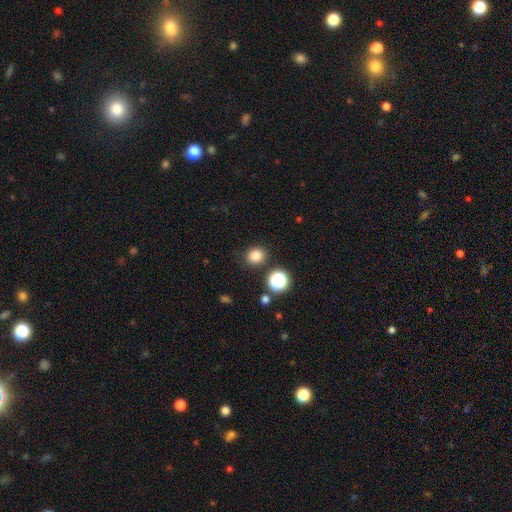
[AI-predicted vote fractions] Q: Smooth or featured?
A: smooth (82%); runner-up: star or artifact (14%)
Q: How rounded?
A: round (83%); runner-up: in between (16%)
Q: Merging?
A: none (86%); runner-up: minor disturbance (8%)